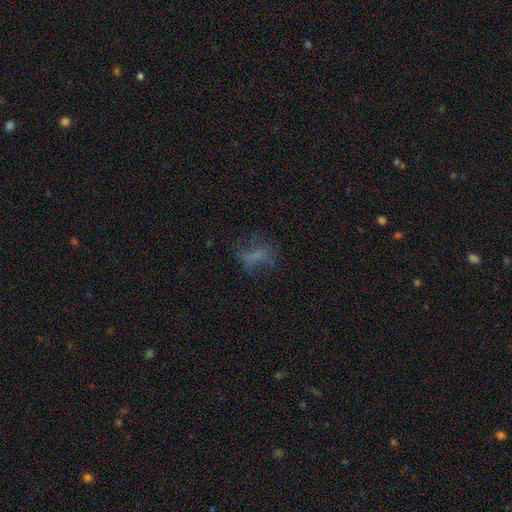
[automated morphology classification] type=smooth (42%); merging=none (49%).